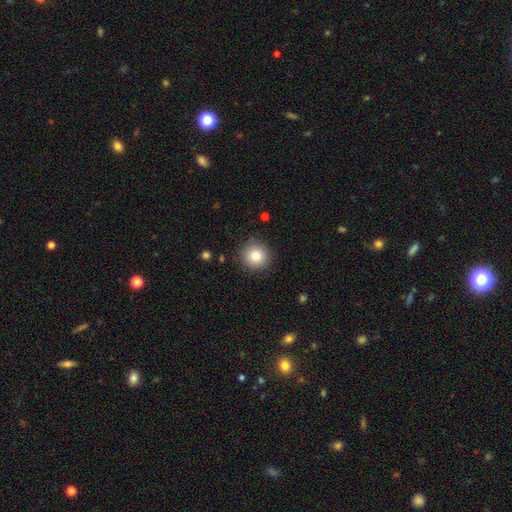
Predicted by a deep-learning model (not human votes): Smooth or featured? Predicted: smooth (p=0.81). How rounded? Predicted: round (p=0.95). Merging? Predicted: none (p=0.90).